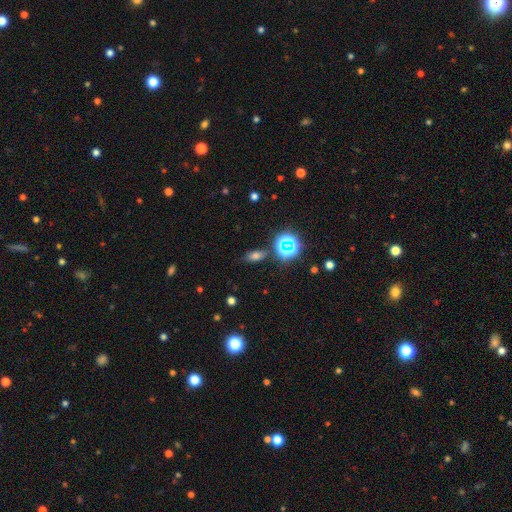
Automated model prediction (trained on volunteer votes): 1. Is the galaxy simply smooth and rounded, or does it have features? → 63% smooth, 27% star or artifact, 10% featured or disk.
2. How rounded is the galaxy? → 80% in between, 13% round, 7% cigar-shaped.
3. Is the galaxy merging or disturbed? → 79% none, 13% minor disturbance, 4% major disturbance, 4% merger.